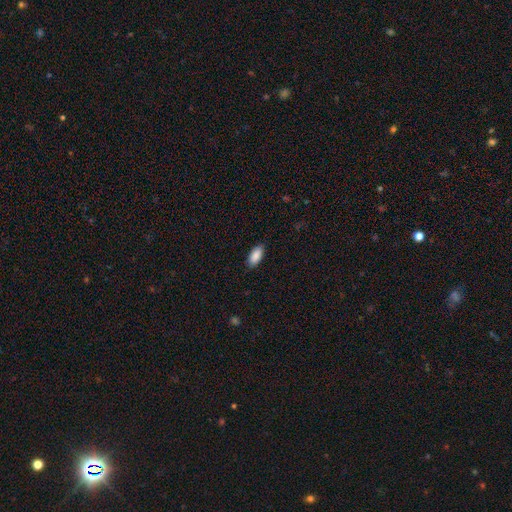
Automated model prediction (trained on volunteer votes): Smooth or featured: smooth — 90% (star or artifact — 6%)
How rounded: in between — 91% (cigar-shaped — 8%)
Merging: none — 87% (minor disturbance — 10%)